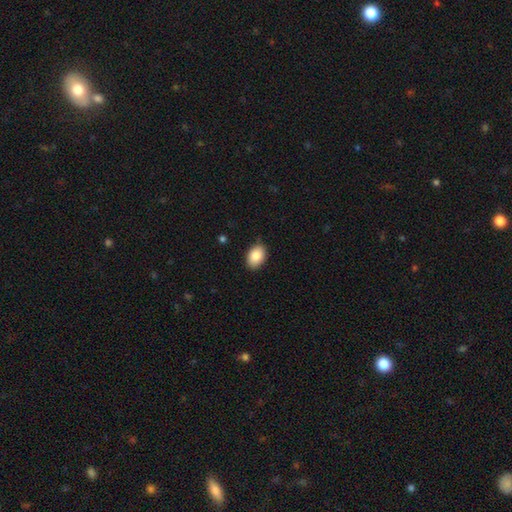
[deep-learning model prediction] Smooth or featured: smooth — 86% (featured or disk — 7%)
How rounded: in between — 85% (round — 13%)
Merging: none — 86% (minor disturbance — 11%)